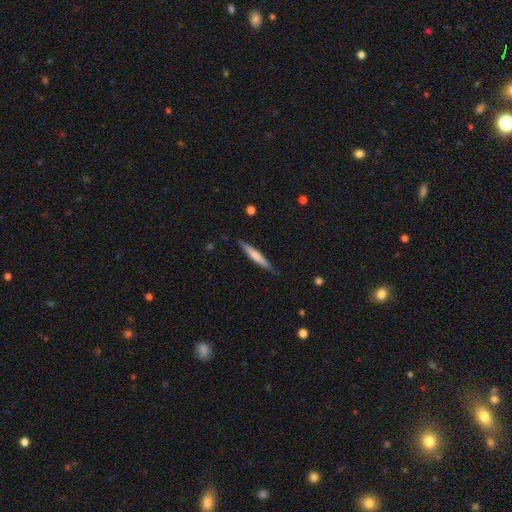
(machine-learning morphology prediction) type=smooth (60%); roundness=cigar-shaped (95%); merging=none (87%).